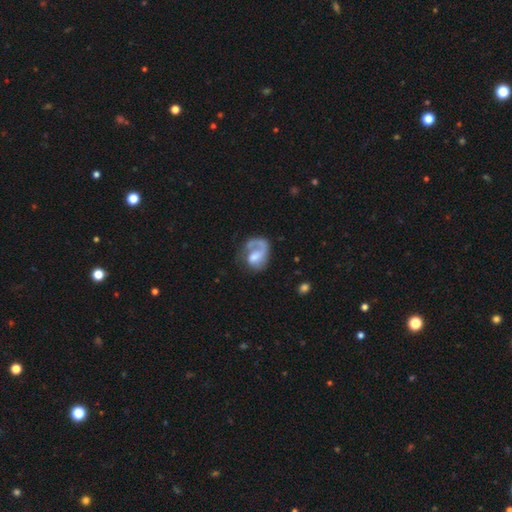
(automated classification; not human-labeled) This is likely a featured or disk galaxy (66%). It is clearly not viewed edge-on (98%). Bar: possibly no (53%). Spiral arm pattern: clearly yes (82%). Spiral arm count: clearly 1 (80%). Spiral winding: marginally loose (37%, tied with medium). Central bulge: marginally moderate (36%). Merging: marginally none (41%).